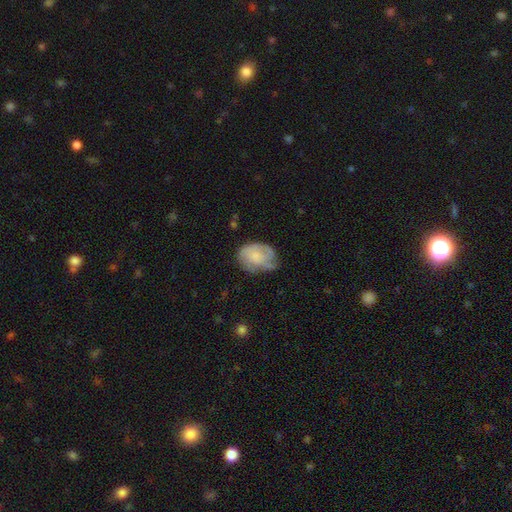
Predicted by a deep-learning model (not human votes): This appears to be a featured or disk galaxy (52%) with no bar (78%), spiral arms (76%) and a small central bulge (41%). Merging: none (52%).